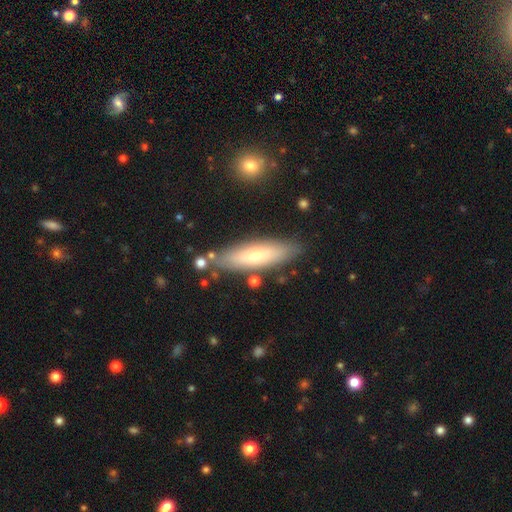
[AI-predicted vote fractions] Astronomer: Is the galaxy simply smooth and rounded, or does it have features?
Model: smooth — 64%.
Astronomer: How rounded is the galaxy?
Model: cigar-shaped — 63%.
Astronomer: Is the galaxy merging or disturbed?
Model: none — 82%.